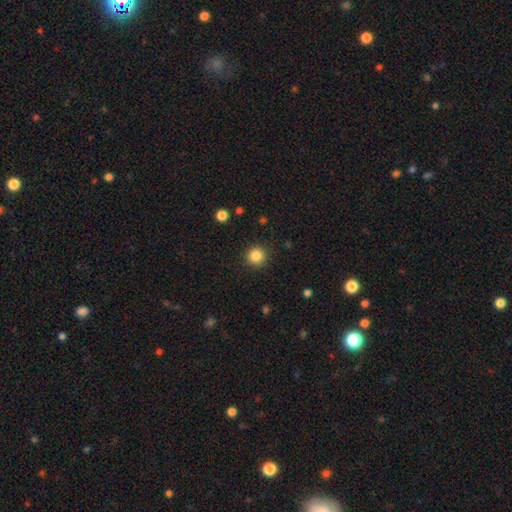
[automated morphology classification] The model was most divided on "smooth or featured": smooth: 85%, star or artifact: 11%, featured or disk: 4%. More confident: how rounded — round (94%); merging — none (91%).